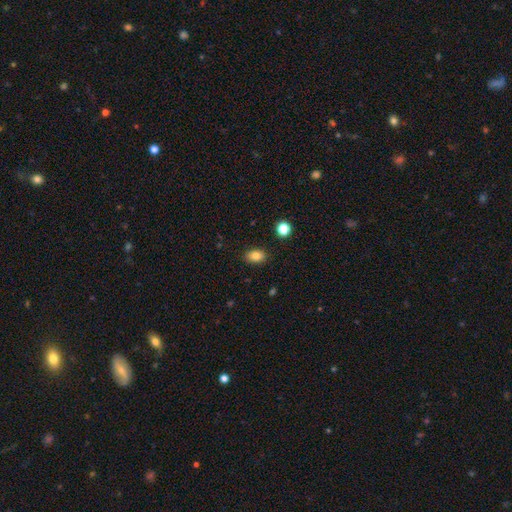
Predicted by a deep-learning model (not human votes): Smooth or featured? smooth (84%)
How rounded? in between (81%)
Merging? none (86%)